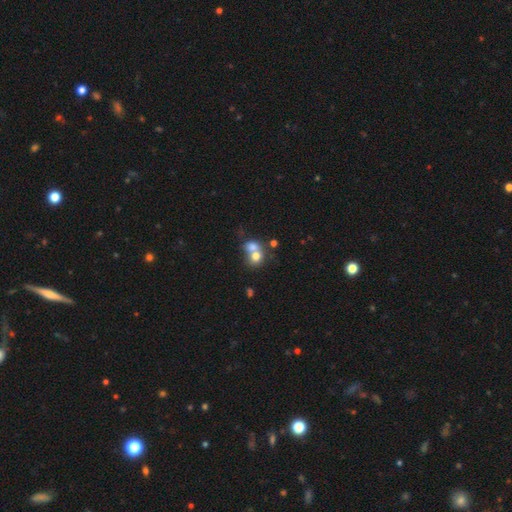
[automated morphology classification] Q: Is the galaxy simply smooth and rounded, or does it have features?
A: smooth — 71%.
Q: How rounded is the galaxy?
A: round — 68%.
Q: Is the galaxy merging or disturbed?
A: merger — 65%.